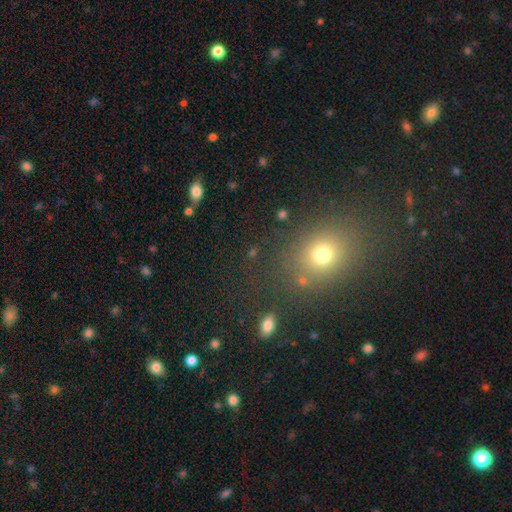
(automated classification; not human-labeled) smooth 60%, star or artifact 31%, featured or disk 9%. Down the decision tree: how rounded — round (56%); merging — none (84%).